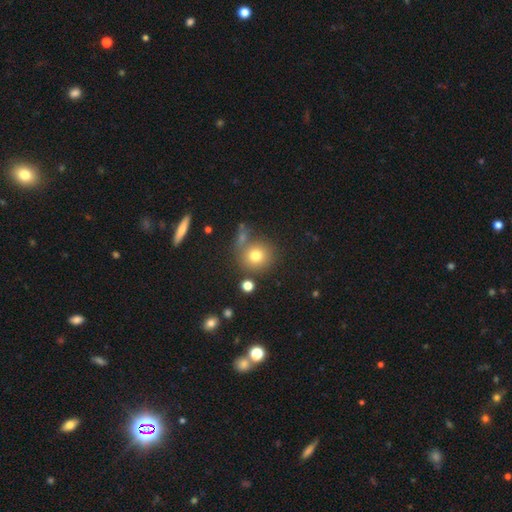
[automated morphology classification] A smooth galaxy with no disk features (76%) that is round (90%). Merging: none (69%).